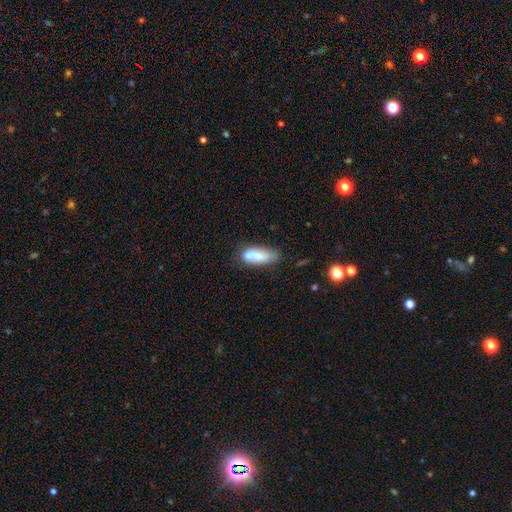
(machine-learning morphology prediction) This appears to be a smooth galaxy with no disk features (75%) that is in between round and cigar-shaped (71%). Merging: none (49%).